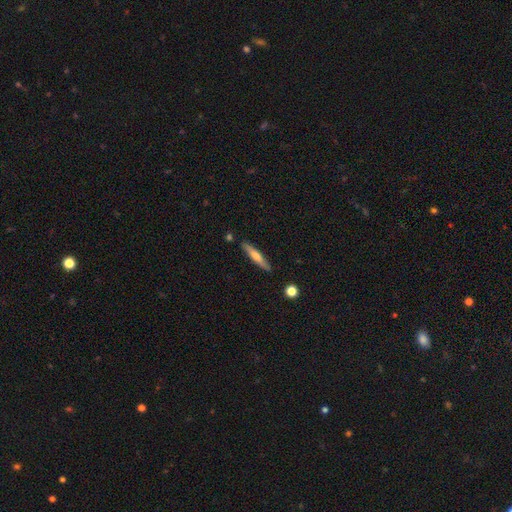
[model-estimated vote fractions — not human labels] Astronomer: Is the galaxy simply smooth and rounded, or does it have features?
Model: smooth — 52% (runner-up: featured or disk, 42%).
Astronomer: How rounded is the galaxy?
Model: cigar-shaped — 91%.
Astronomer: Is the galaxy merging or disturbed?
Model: none — 86%.